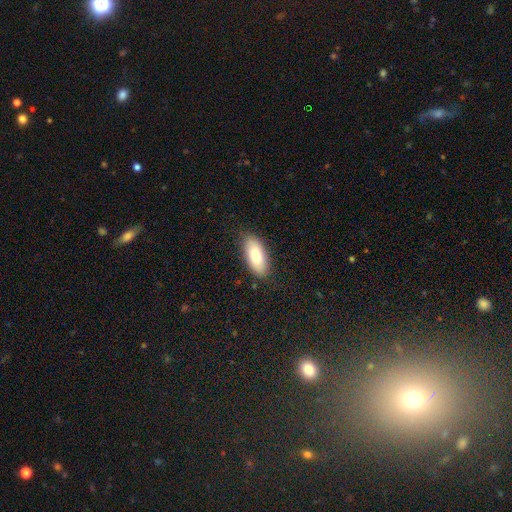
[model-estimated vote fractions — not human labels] The model was most divided on "smooth or featured": smooth: 81%, featured or disk: 13%, star or artifact: 6%. More confident: how rounded — in between (89%); merging — none (85%).